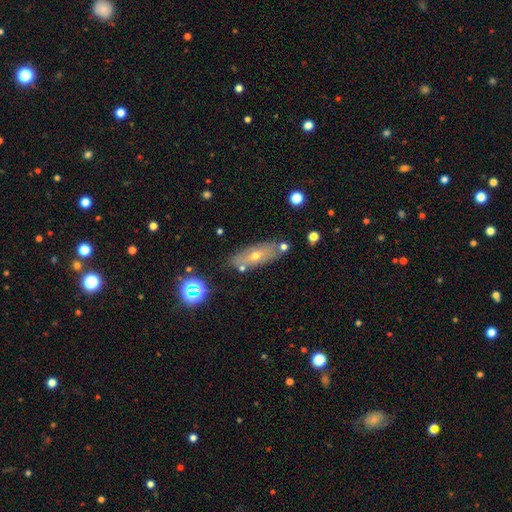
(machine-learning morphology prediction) Smooth or featured: smooth — 51% (featured or disk — 38%)
How rounded: in between — 68% (cigar-shaped — 27%)
Merging: none — 76% (minor disturbance — 14%)